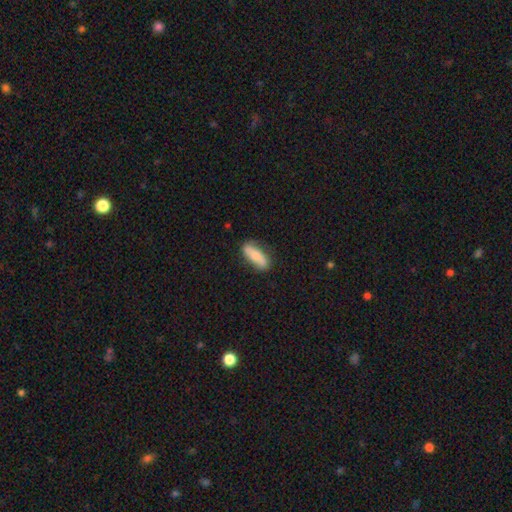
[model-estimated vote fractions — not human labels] Smooth or featured: smooth — 65% (featured or disk — 29%)
How rounded: in between — 60% (cigar-shaped — 37%)
Merging: none — 76% (minor disturbance — 18%)